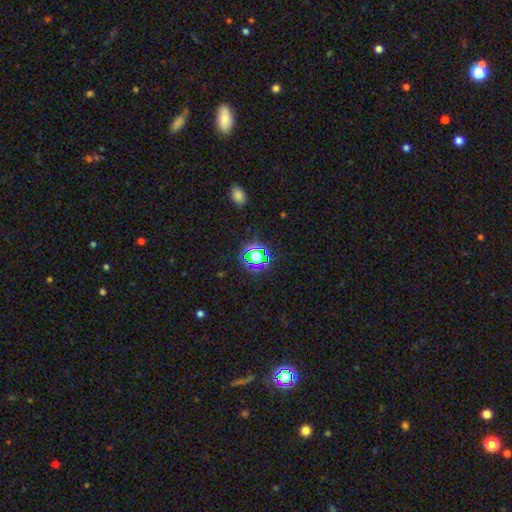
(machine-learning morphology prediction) Smooth or featured?
  - star or artifact: 55% *
  - smooth: 35%
  - featured or disk: 9%